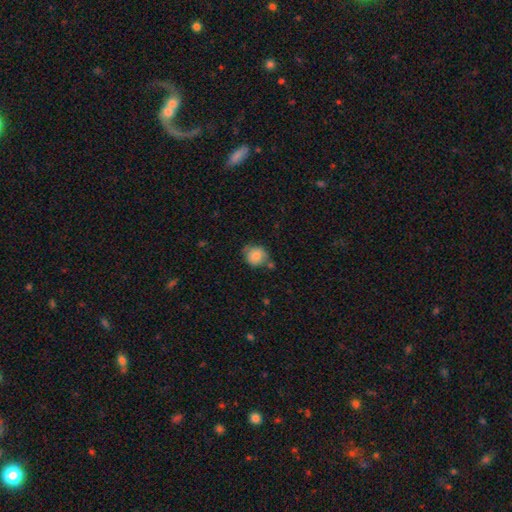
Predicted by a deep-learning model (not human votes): The model was most divided on "merging": none: 62%, minor disturbance: 22%, merger: 9%, major disturbance: 6%. More confident: smooth or featured — smooth (82%); how rounded — round (82%).